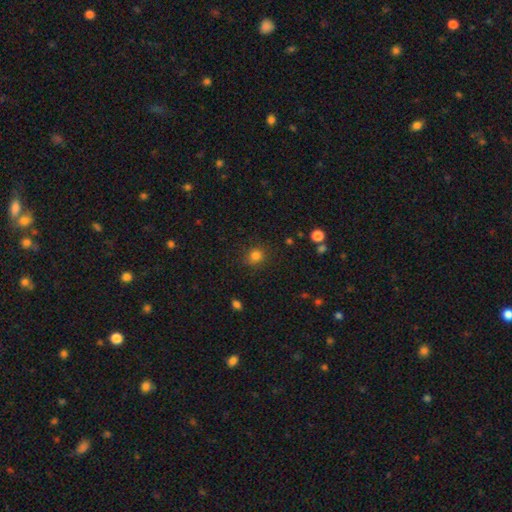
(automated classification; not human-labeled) Q: Smooth or featured?
A: smooth (81%); runner-up: star or artifact (14%)
Q: How rounded?
A: round (80%); runner-up: in between (19%)
Q: Merging?
A: none (86%); runner-up: minor disturbance (10%)